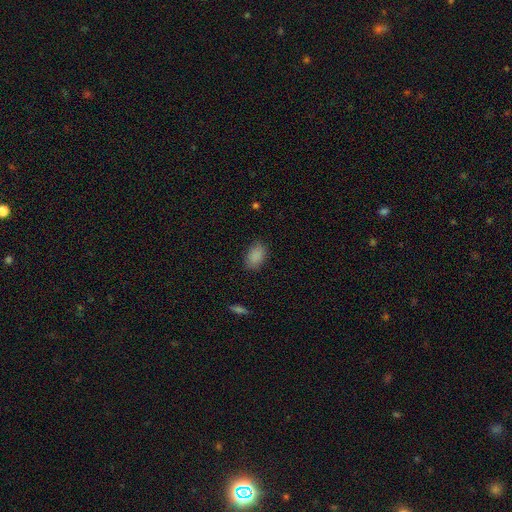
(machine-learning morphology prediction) Smooth or featured?
  - smooth: 88% *
  - star or artifact: 9%
  - featured or disk: 4%
How rounded?
  - in between: 88% *
  - round: 10%
  - cigar-shaped: 2%
Merging?
  - none: 84% *
  - minor disturbance: 12%
  - major disturbance: 3%
  - merger: 1%